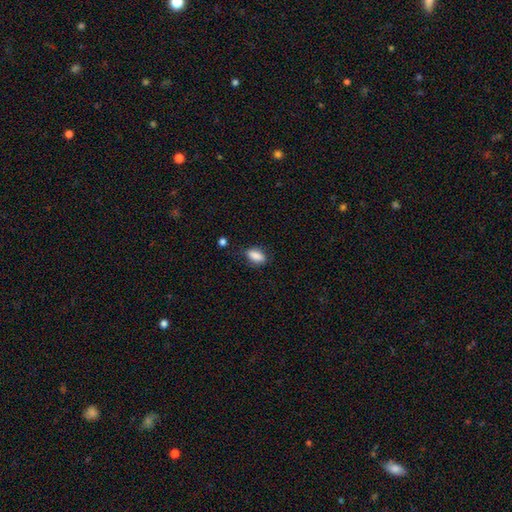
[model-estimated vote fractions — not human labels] Smooth or featured? Predicted: smooth (p=0.85). How rounded? Predicted: in between (p=0.85). Merging? Predicted: none (p=0.73).